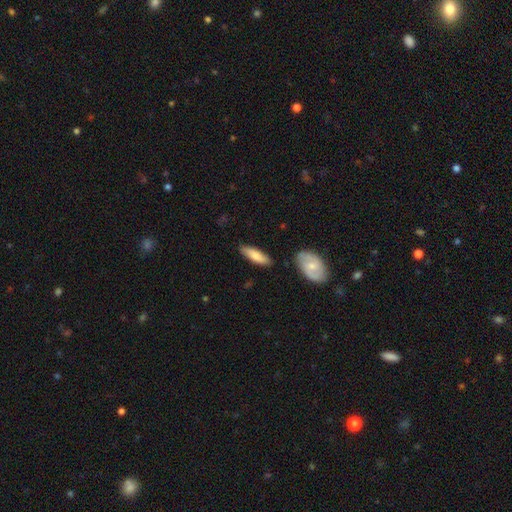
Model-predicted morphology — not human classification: smooth_or_featured: smooth (p=0.74) [alt: featured or disk p=0.21]
how_rounded: cigar-shaped (p=0.51) [alt: in between p=0.47]
merging: none (p=0.82) [alt: minor disturbance p=0.12]